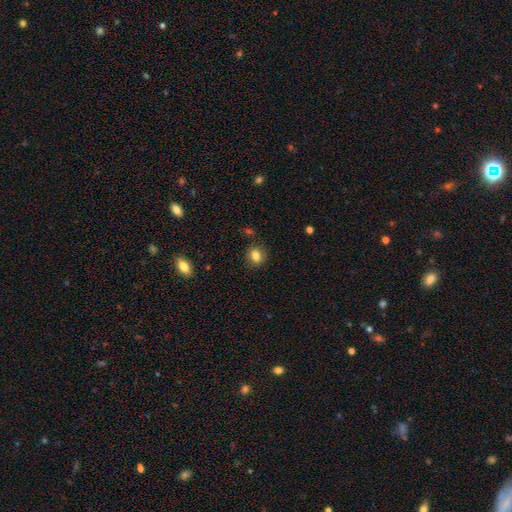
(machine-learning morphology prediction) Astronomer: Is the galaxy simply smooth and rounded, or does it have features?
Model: smooth — 81%.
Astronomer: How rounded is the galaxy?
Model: round — 60% (runner-up: in between, 39%).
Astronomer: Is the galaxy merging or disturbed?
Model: none — 81%.